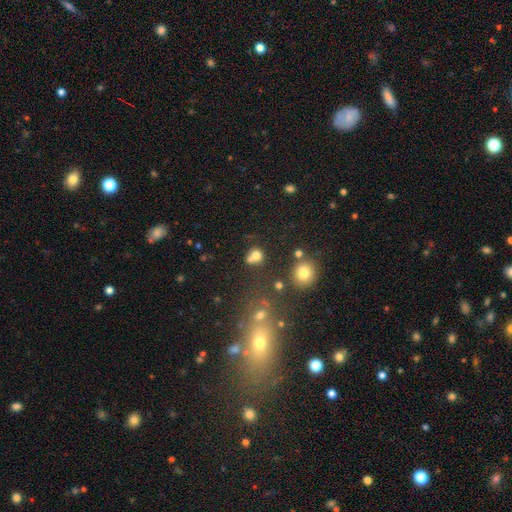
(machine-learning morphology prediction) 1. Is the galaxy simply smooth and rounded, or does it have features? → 74% smooth, 16% star or artifact, 10% featured or disk.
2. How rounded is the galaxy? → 76% round, 23% in between, 1% cigar-shaped.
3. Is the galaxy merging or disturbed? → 49% none, 32% merger, 13% minor disturbance, 6% major disturbance.